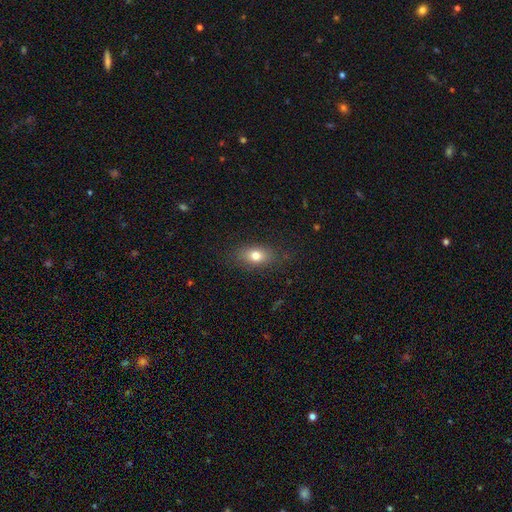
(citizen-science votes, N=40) Smooth or featured?
  - smooth: 92% *
  - featured or disk: 5%
  - star or artifact: 2%
How rounded?
  - in between: 84% *
  - round: 11%
  - cigar-shaped: 5%
Merging?
  - none: 77% *
  - minor disturbance: 18%
  - major disturbance: 3%
  - merger: 3%